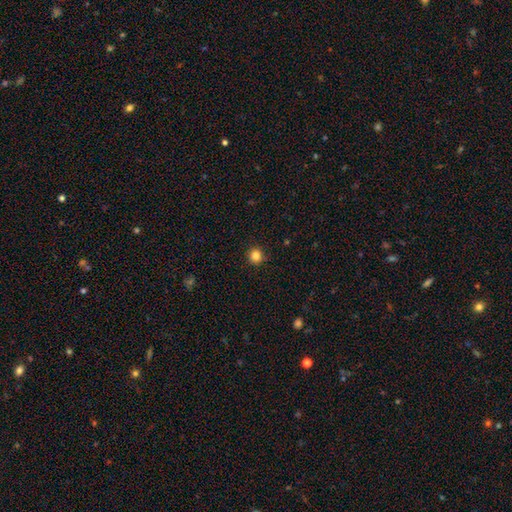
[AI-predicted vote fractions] smooth 85%, star or artifact 11%, featured or disk 4%. Down the decision tree: how rounded — round (94%); merging — none (92%).